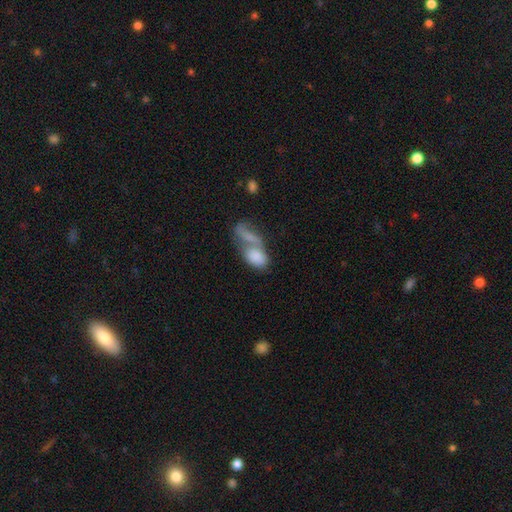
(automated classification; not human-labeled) smooth-or-featured: smooth: 77% | featured or disk: 16% | star or artifact: 8%
  how-rounded: in between: 88% | round: 7% | cigar-shaped: 4%
  merging: merger: 68% | none: 16% | major disturbance: 8% | minor disturbance: 7%